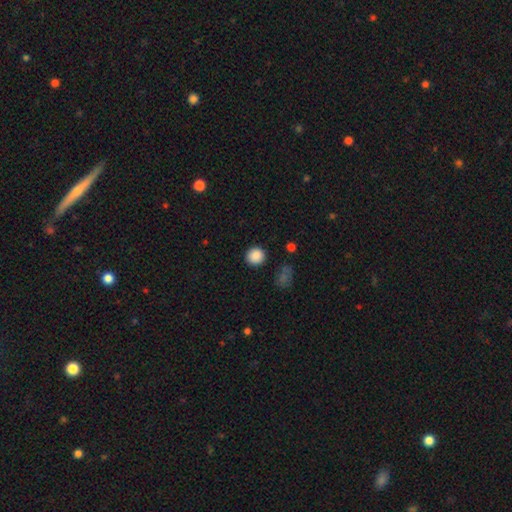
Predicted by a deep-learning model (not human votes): smooth-or-featured: smooth: 87% | star or artifact: 9% | featured or disk: 3%
  how-rounded: round: 92% | in between: 7% | cigar-shaped: 1%
  merging: none: 89% | minor disturbance: 6% | major disturbance: 2% | merger: 2%